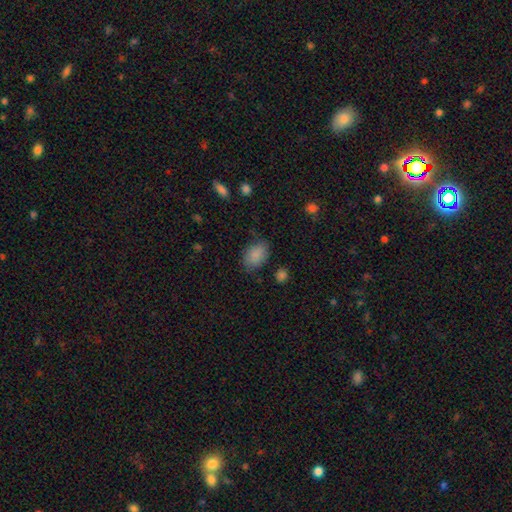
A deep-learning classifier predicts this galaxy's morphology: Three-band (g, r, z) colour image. It shows a smooth galaxy with no disk features (86%) that is in between round and cigar-shaped (84%). Merging: none (73%).